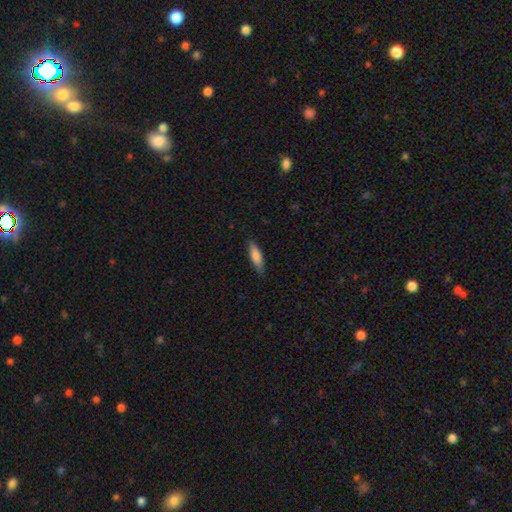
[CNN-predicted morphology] smooth_or_featured: smooth (p=0.79) [alt: featured or disk p=0.15]
how_rounded: cigar-shaped (p=0.61) [alt: in between p=0.37]
merging: none (p=0.83) [alt: minor disturbance p=0.14]